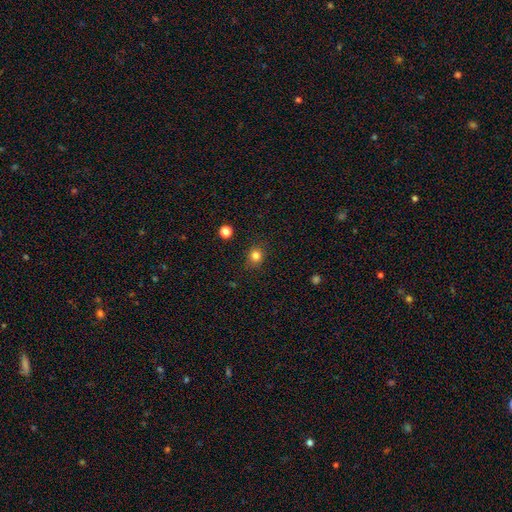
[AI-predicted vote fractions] Morphology: type=smooth (81%); roundness=round (80%); merging=none (86%).